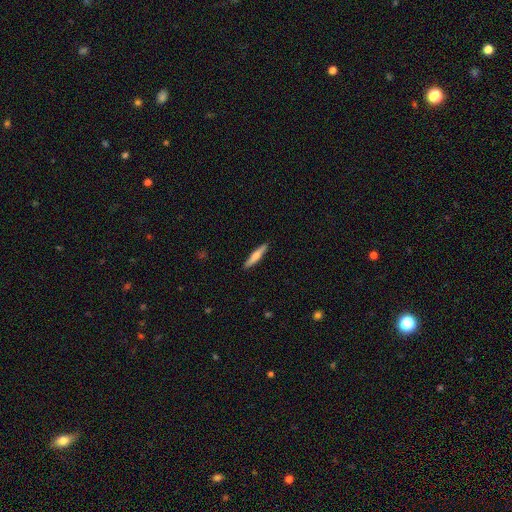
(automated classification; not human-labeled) A smooth galaxy with no disk features (59%) that is cigar-shaped (89%). Merging: none (91%).